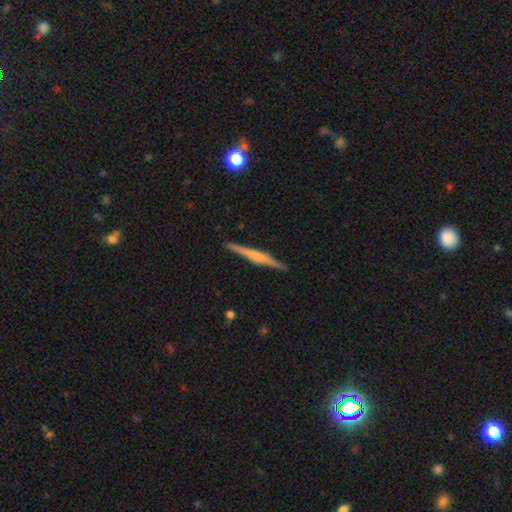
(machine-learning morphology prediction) smooth-or-featured: featured or disk: 66% | smooth: 28% | star or artifact: 6%
  disk-edge-on: yes: 98% | no: 2%
    edge-on-bulge: rounded: 56% | boxy: 23% | none: 21%
  merging: none: 91% | minor disturbance: 7% | major disturbance: 1% | merger: 1%